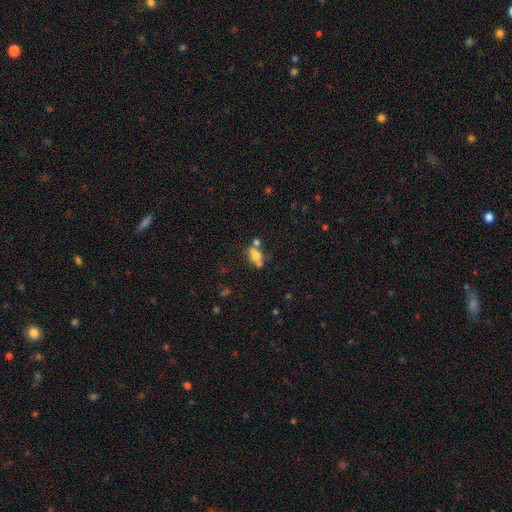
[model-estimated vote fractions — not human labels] Morphology: type=smooth (57%); roundness=in between (56%); merging=merger (43%).